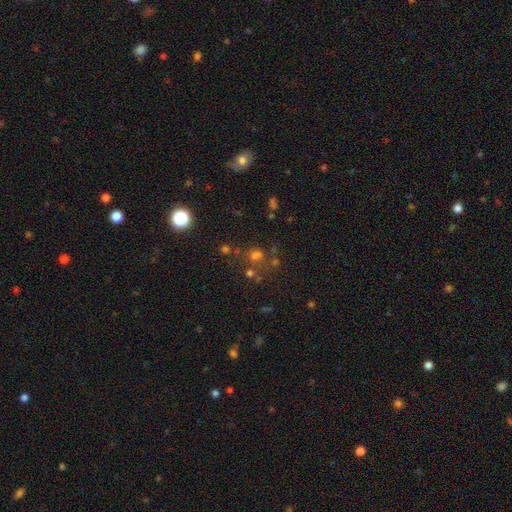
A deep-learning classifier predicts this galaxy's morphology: A smooth galaxy with no disk features (50%). Merging: none (61%).